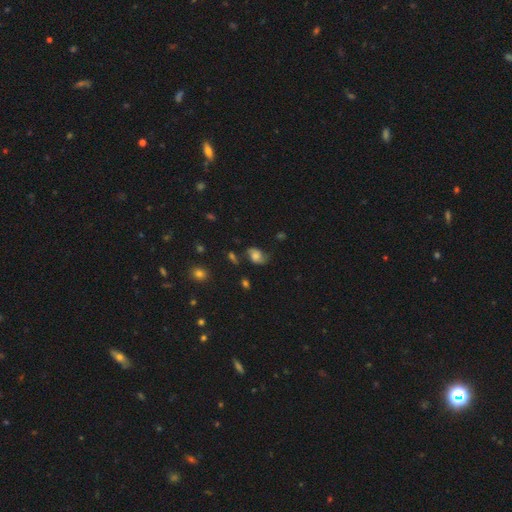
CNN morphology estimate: Smooth or featured? Predicted: smooth (p=0.50). Merging? Predicted: none (p=0.59).